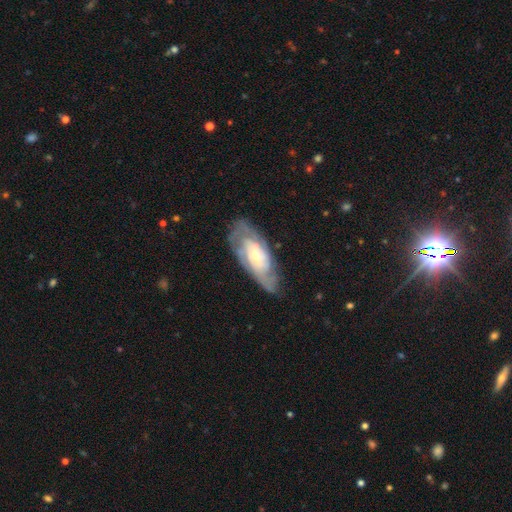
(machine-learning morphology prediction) This is likely a featured or disk galaxy (76%). It is clearly not viewed edge-on (89%). Bar: likely no (70%). Spiral arm pattern: clearly yes (87%). Spiral arm count: marginally can't tell (43%). Spiral winding: possibly tight (60%). Central bulge: likely small (60%). Merging: likely none (73%).